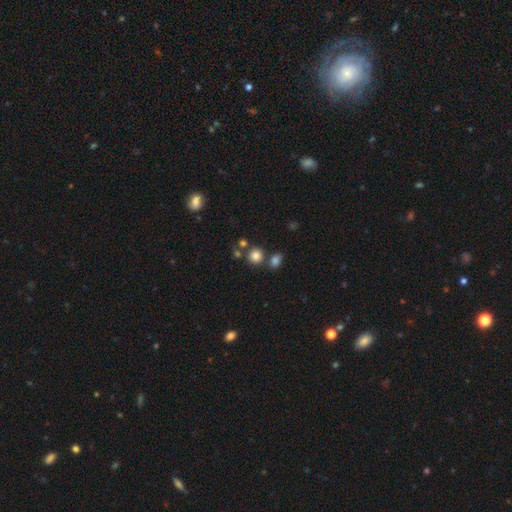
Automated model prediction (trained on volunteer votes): The model was most divided on "merging": none: 67%, merger: 20%, minor disturbance: 9%, major disturbance: 4%. More confident: how rounded — round (85%); smooth or featured — smooth (81%).